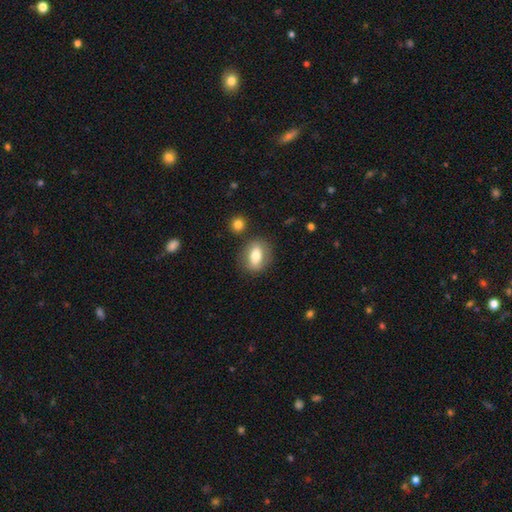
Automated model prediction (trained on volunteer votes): smooth-or-featured: smooth: 68% | featured or disk: 25% | star or artifact: 7%
  how-rounded: in between: 70% | round: 26% | cigar-shaped: 4%
  merging: none: 79% | minor disturbance: 12% | merger: 5% | major disturbance: 4%